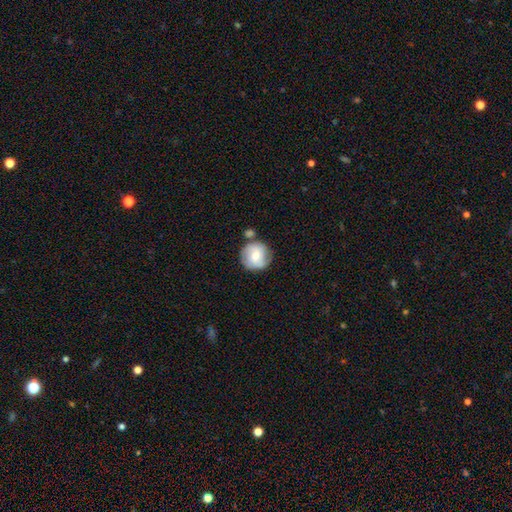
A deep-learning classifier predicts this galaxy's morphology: The model was most divided on "smooth or featured": smooth: 49%, featured or disk: 44%, star or artifact: 7%. More confident: merging — none (66%).